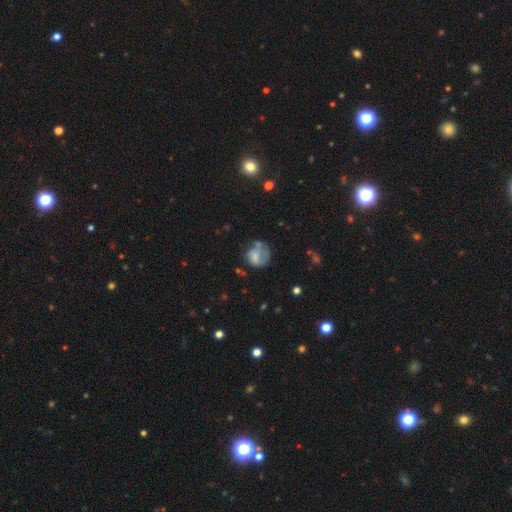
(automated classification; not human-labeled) A smooth galaxy with no disk features (56%) that is round (68%).

Vote fractions:
- Smooth or featured? smooth: 56% / featured or disk: 34% / star or artifact: 10%
- How rounded? round: 68% / in between: 31% / cigar-shaped: 1%
- Merging? none: 35% / major disturbance: 28% / minor disturbance: 26% / merger: 11%